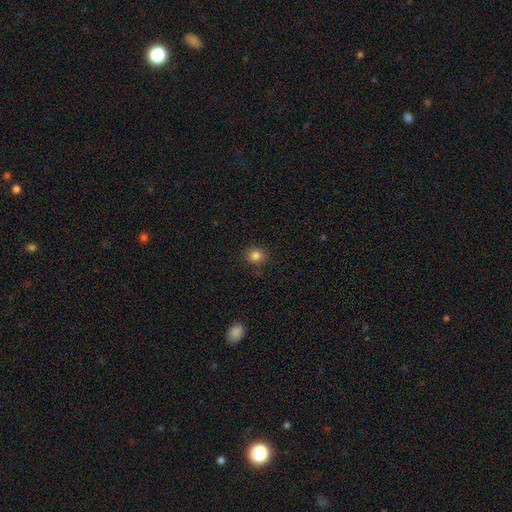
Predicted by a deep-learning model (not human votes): The model was most divided on "smooth or featured": smooth: 83%, star or artifact: 12%, featured or disk: 4%. More confident: merging — none (88%); how rounded — round (86%).